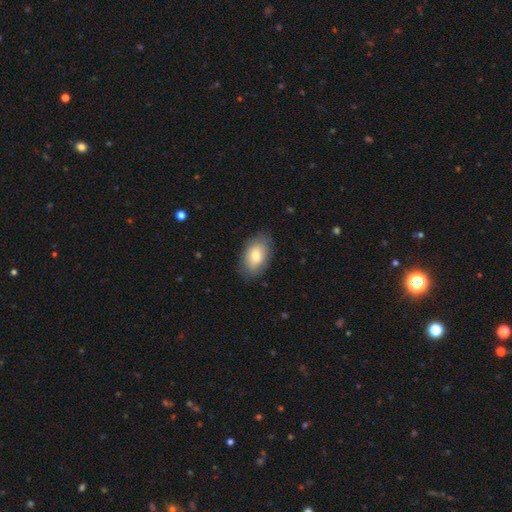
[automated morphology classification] Smooth or featured? smooth (78%)
How rounded? in between (91%)
Merging? none (82%)